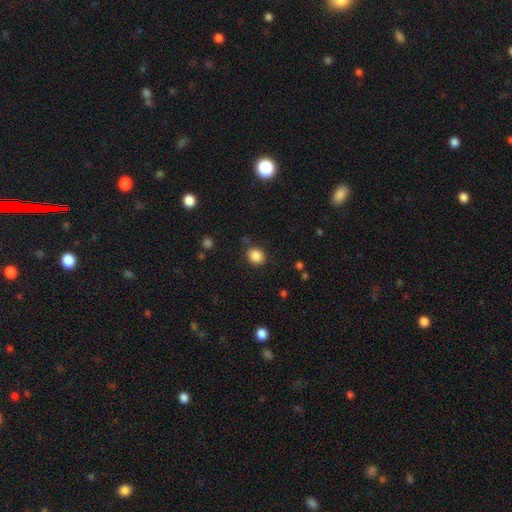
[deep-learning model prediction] This is clearly a smooth galaxy (86%). How rounded: likely round (68%). Merging: likely none (80%).